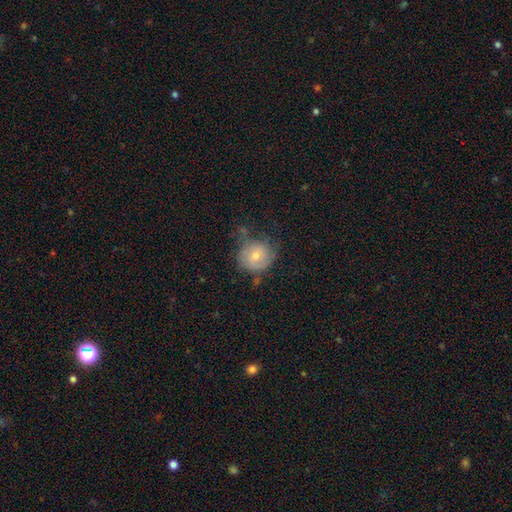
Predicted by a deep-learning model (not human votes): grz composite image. It shows a smooth galaxy with no disk features (65%) that is round (84%). Merging: none (52%).